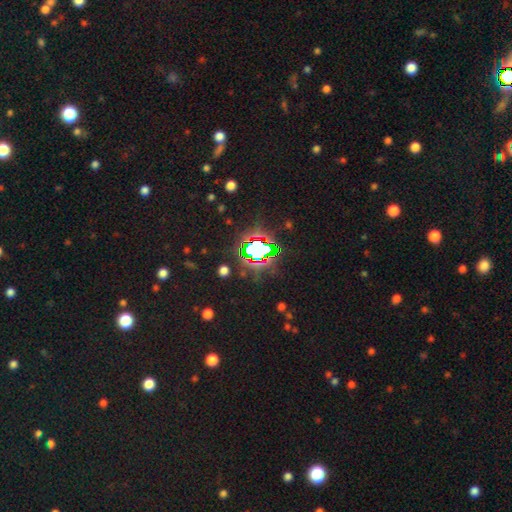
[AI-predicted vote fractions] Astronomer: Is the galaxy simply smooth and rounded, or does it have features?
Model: star or artifact — 77%.